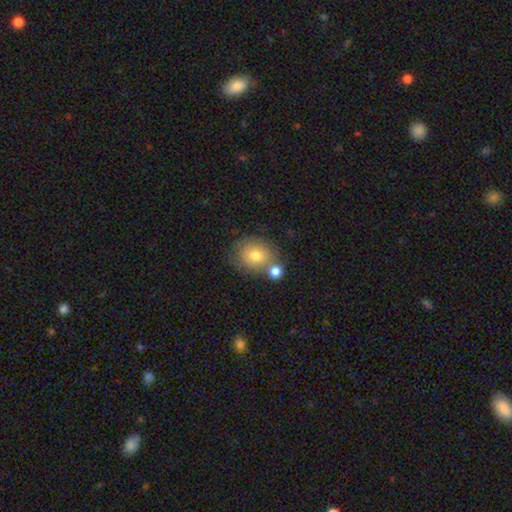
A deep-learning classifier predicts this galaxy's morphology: This is likely a smooth galaxy (76%). How rounded: likely round (71%). Merging: possibly none (56%).